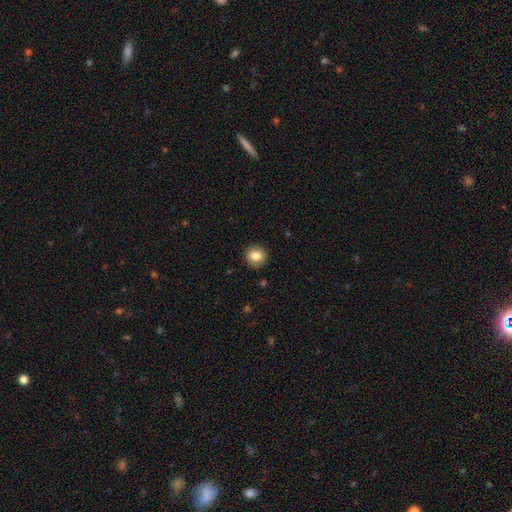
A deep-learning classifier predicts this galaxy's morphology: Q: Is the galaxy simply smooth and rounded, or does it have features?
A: smooth — 85%.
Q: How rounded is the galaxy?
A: round — 87%.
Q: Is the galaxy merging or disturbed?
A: none — 90%.